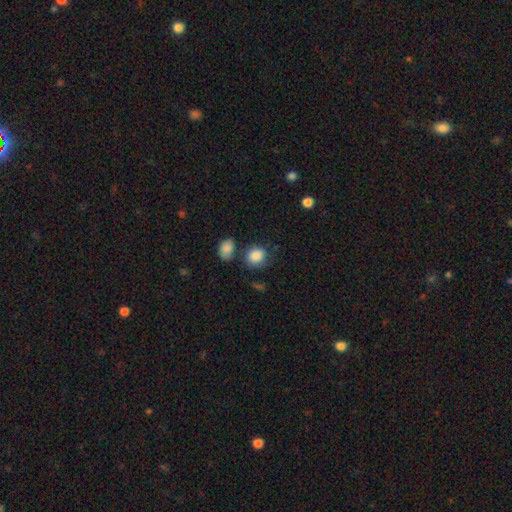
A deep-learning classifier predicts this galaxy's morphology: smooth_or_featured: smooth (p=0.87) [alt: star or artifact p=0.08]
how_rounded: round (p=0.70) [alt: in between p=0.29]
merging: none (p=0.67) [alt: minor disturbance p=0.17]